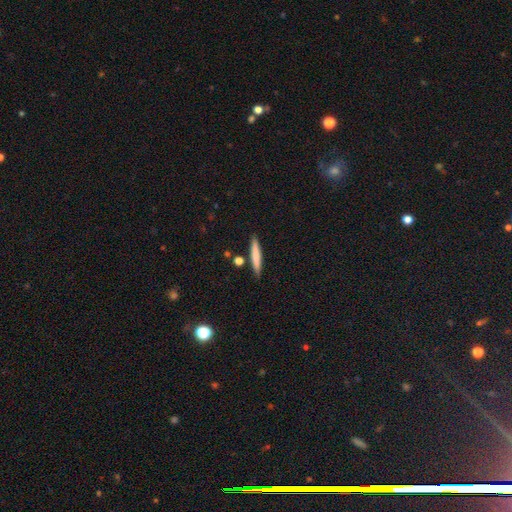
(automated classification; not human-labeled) smooth-or-featured: smooth: 75% | featured or disk: 19% | star or artifact: 6%
  how-rounded: cigar-shaped: 94% | in between: 5% | round: 1%
  merging: none: 86% | minor disturbance: 8% | merger: 4% | major disturbance: 2%